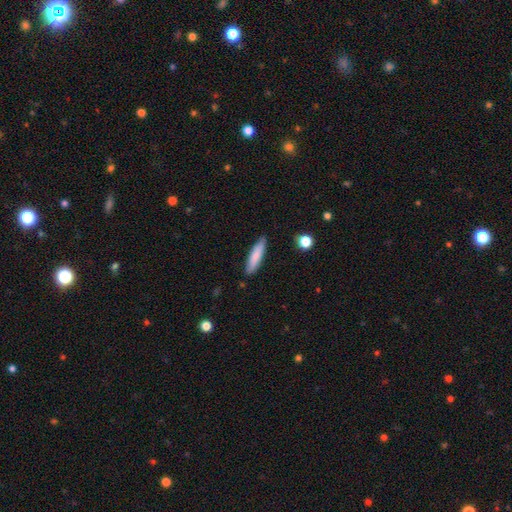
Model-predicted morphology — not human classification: Smooth or featured: smooth — 79% (featured or disk — 15%)
How rounded: cigar-shaped — 77% (in between — 22%)
Merging: none — 85% (minor disturbance — 12%)